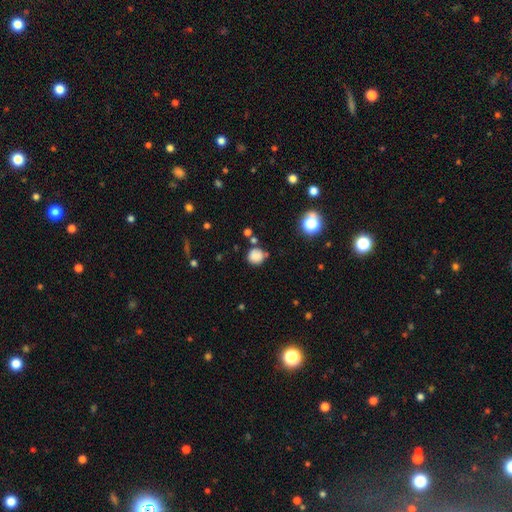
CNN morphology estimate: Smooth or featured? smooth (81%)
How rounded? round (87%)
Merging? none (71%)